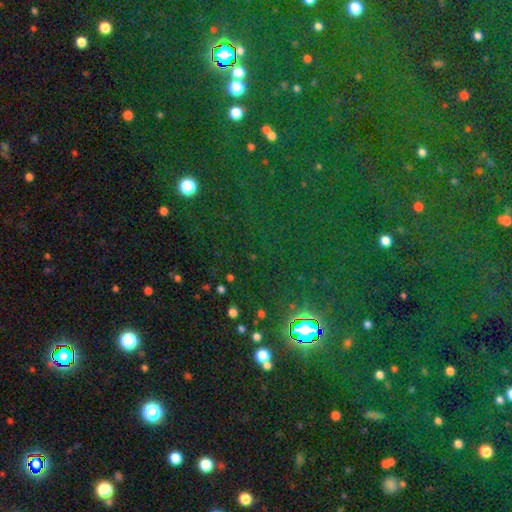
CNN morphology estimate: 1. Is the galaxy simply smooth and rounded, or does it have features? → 82% star or artifact, 11% smooth, 7% featured or disk.